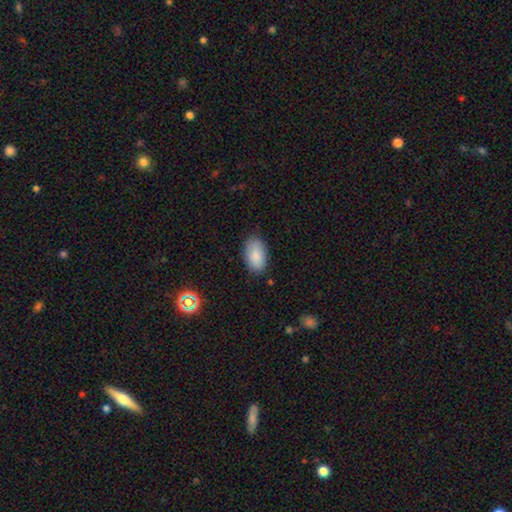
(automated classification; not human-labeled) Overall: smooth (87%). How rounded: in between (94%). Merging: none (82%).